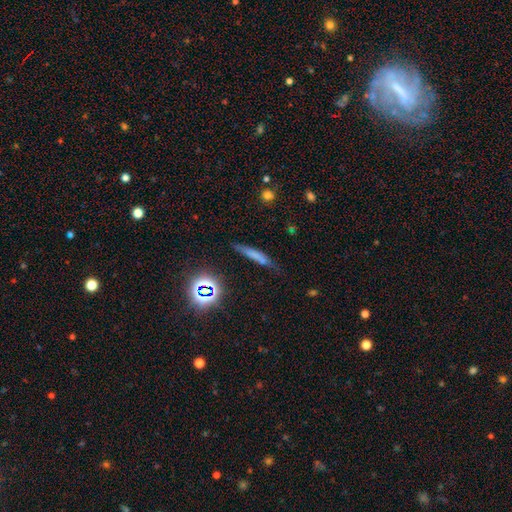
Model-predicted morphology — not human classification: A smooth galaxy with no disk features (60%) that is cigar-shaped (87%). Merging: none (70%).